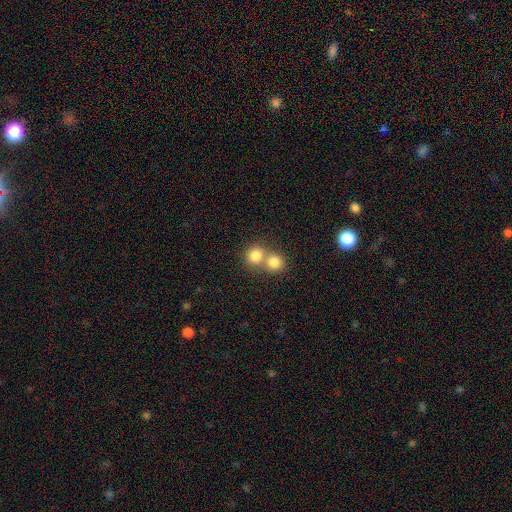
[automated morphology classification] Smooth or featured?
  - smooth: 81% *
  - star or artifact: 11%
  - featured or disk: 9%
How rounded?
  - round: 86% *
  - in between: 13%
  - cigar-shaped: 1%
Merging?
  - merger: 51% *
  - none: 42%
  - minor disturbance: 5%
  - major disturbance: 2%